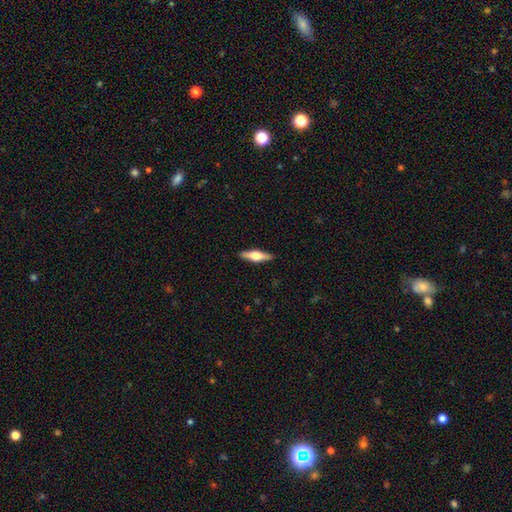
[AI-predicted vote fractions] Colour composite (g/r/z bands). It shows a featured or disk galaxy (57%) viewed edge-on (96%) with a rounded central bulge (94%). Merging: none (90%).